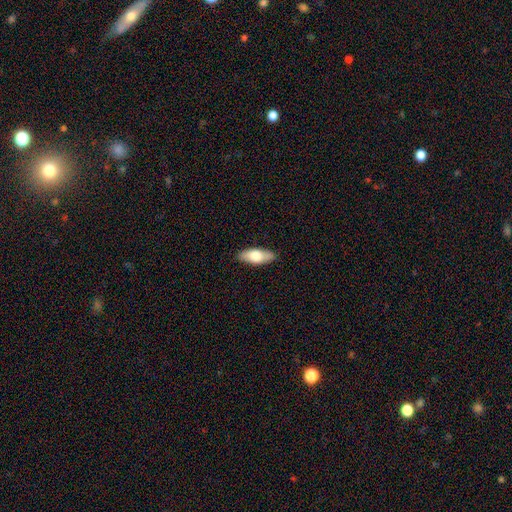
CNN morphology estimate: This is likely a smooth galaxy (69%). How rounded: likely in between (76%). Merging: clearly none (87%).